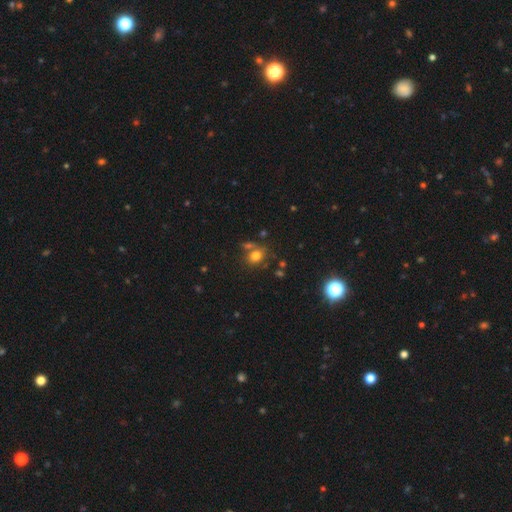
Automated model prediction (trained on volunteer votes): Q: Smooth or featured?
A: smooth (75%); runner-up: star or artifact (15%)
Q: How rounded?
A: in between (51%); runner-up: round (47%)
Q: Merging?
A: none (60%); runner-up: merger (20%)